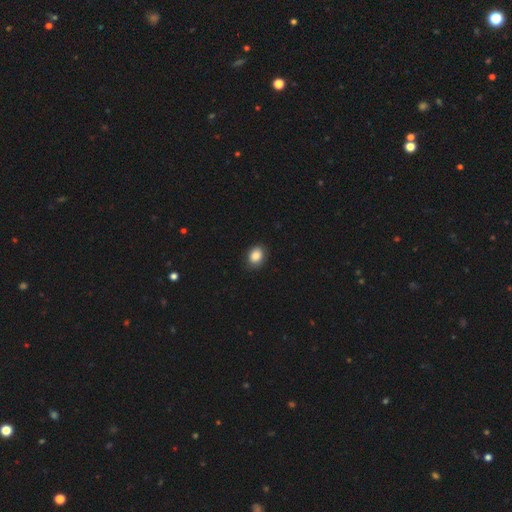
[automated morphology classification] type=smooth (86%); roundness=in between (56%); merging=none (86%).